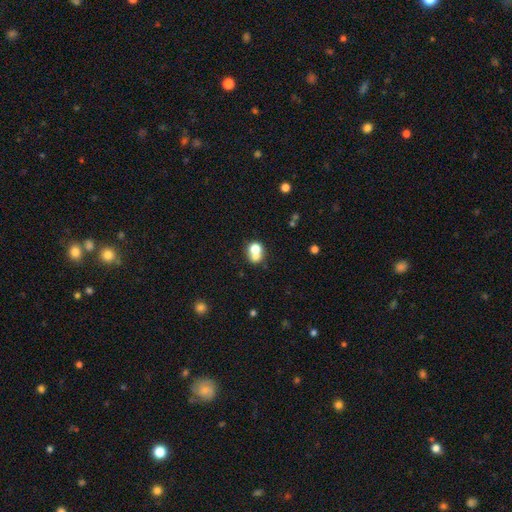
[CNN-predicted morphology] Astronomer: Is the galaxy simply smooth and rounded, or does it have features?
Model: smooth — 70%.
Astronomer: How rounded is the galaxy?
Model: round — 69%.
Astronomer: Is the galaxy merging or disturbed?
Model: merger — 54% (runner-up: none, 33%).